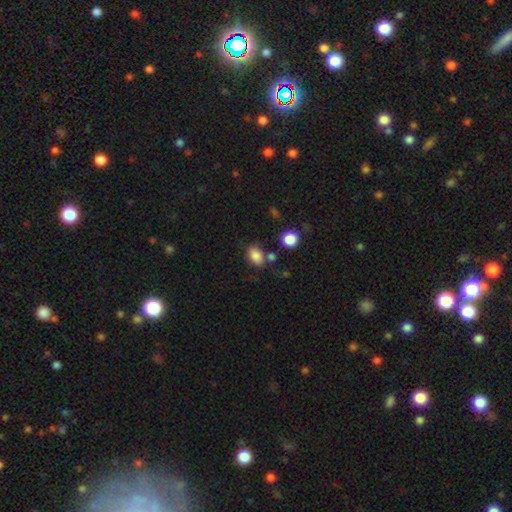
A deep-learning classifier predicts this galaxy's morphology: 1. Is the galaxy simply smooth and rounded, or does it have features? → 84% smooth, 10% star or artifact, 6% featured or disk.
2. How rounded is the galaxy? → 79% in between, 20% round, 1% cigar-shaped.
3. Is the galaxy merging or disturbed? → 68% none, 16% minor disturbance, 11% merger, 5% major disturbance.